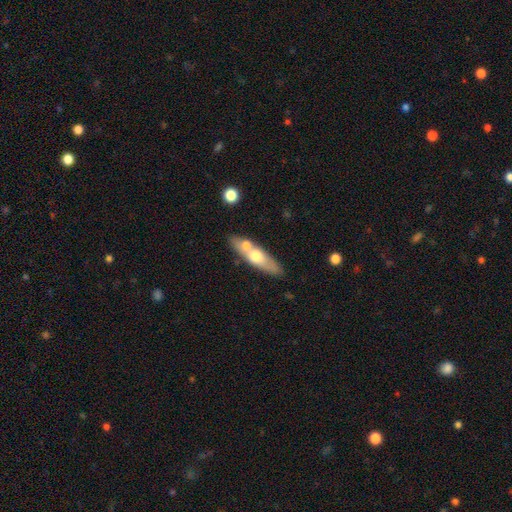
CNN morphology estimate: A smooth galaxy with no disk features (51%) that is cigar-shaped (60%).

Vote fractions:
- Smooth or featured? smooth: 51% / featured or disk: 43% / star or artifact: 6%
- How rounded? cigar-shaped: 60% / in between: 36% / round: 3%
- Merging? none: 60% / merger: 24% / minor disturbance: 12% / major disturbance: 3%